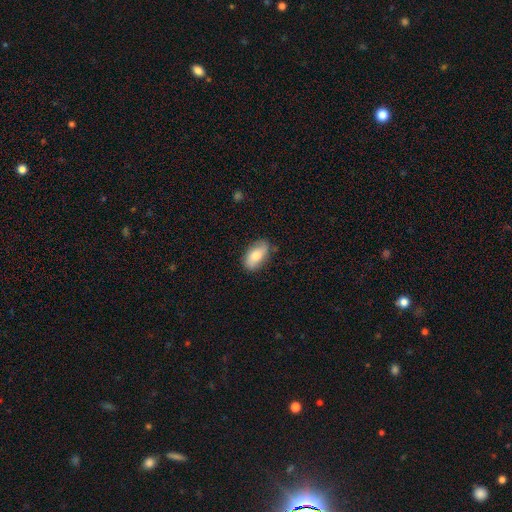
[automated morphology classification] A smooth galaxy with no disk features (68%) that is in between round and cigar-shaped (92%). Merging: none (79%).